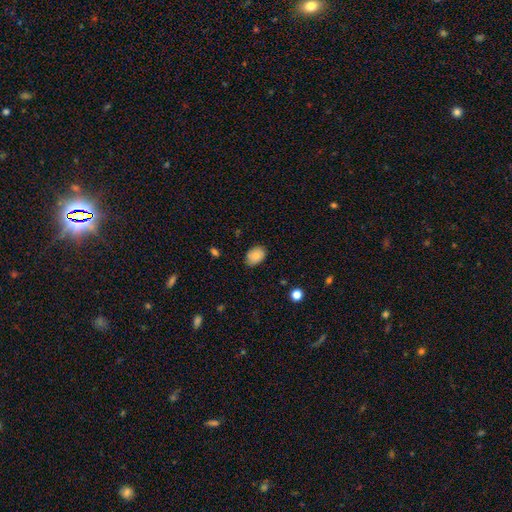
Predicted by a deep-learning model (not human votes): smooth_or_featured: smooth (p=0.84) [alt: featured or disk p=0.08]
how_rounded: in between (p=0.74) [alt: round p=0.25]
merging: none (p=0.80) [alt: minor disturbance p=0.16]